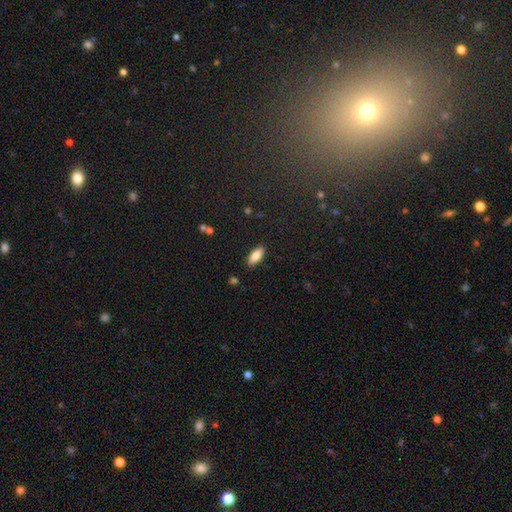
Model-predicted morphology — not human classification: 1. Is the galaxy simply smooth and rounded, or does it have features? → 79% smooth, 14% featured or disk, 7% star or artifact.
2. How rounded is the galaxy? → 78% in between, 20% cigar-shaped, 2% round.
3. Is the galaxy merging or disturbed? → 88% none, 9% minor disturbance, 2% major disturbance, 1% merger.